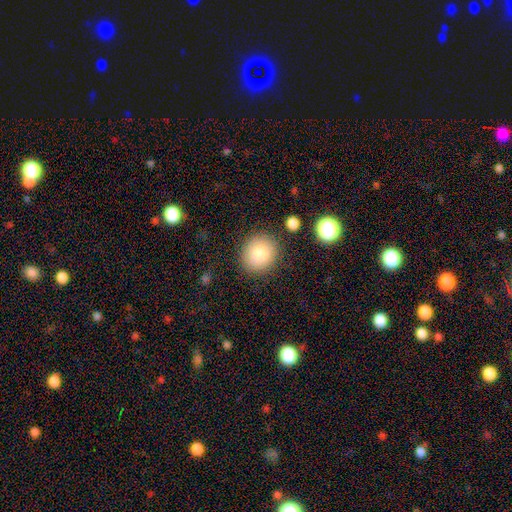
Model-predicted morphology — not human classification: Smooth or featured?
  - smooth: 80% *
  - star or artifact: 12%
  - featured or disk: 8%
How rounded?
  - round: 85% *
  - in between: 14%
  - cigar-shaped: 1%
Merging?
  - none: 89% *
  - minor disturbance: 7%
  - major disturbance: 2%
  - merger: 2%